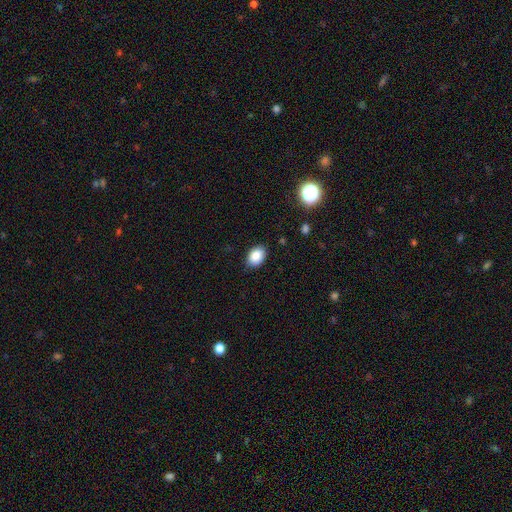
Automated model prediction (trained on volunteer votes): Q: Smooth or featured?
A: smooth (86%); runner-up: star or artifact (9%)
Q: How rounded?
A: in between (78%); runner-up: round (21%)
Q: Merging?
A: none (86%); runner-up: minor disturbance (10%)